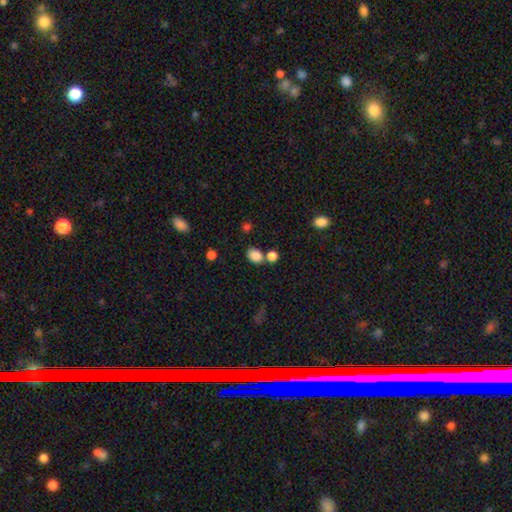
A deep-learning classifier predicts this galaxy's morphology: A smooth galaxy with no disk features (84%) that is in between round and cigar-shaped (62%). Merging: none (60%).